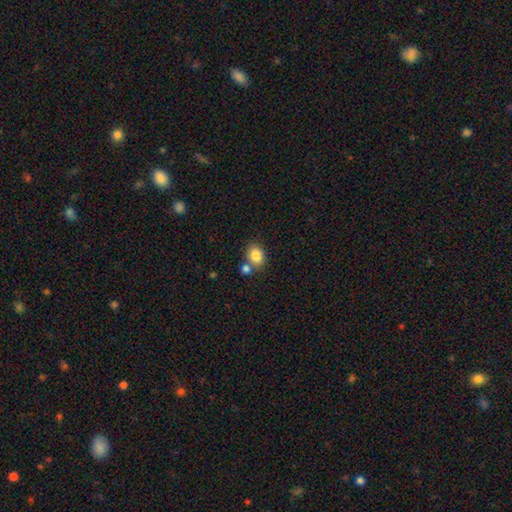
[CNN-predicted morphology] Q: Smooth or featured?
A: smooth (84%); runner-up: star or artifact (9%)
Q: How rounded?
A: in between (57%); runner-up: round (42%)
Q: Merging?
A: none (62%); runner-up: merger (23%)